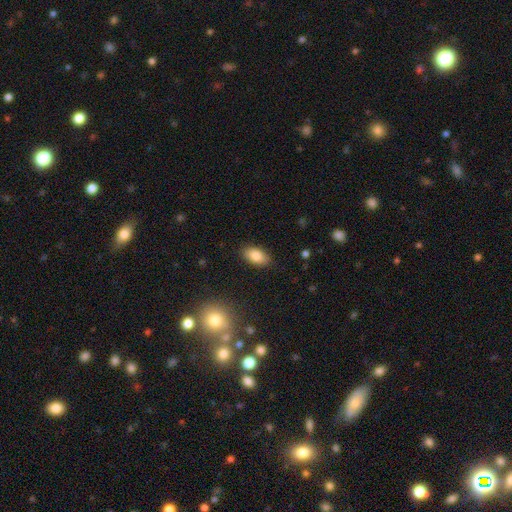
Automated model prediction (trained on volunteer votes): Q: Smooth or featured?
A: smooth (84%); runner-up: star or artifact (8%)
Q: How rounded?
A: in between (93%); runner-up: round (5%)
Q: Merging?
A: none (86%); runner-up: minor disturbance (10%)